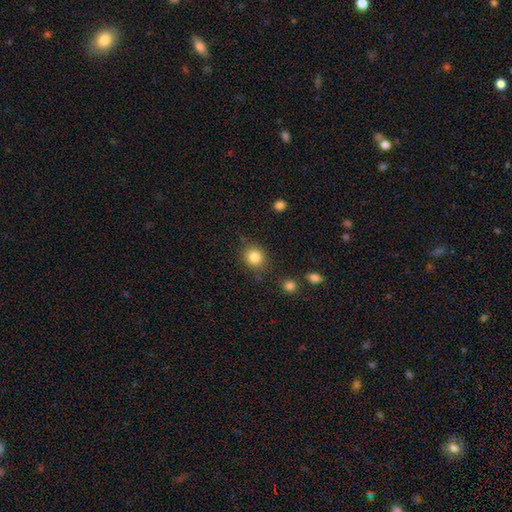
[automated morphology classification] This is clearly a smooth galaxy (84%). How rounded: likely round (79%). Merging: clearly none (83%).